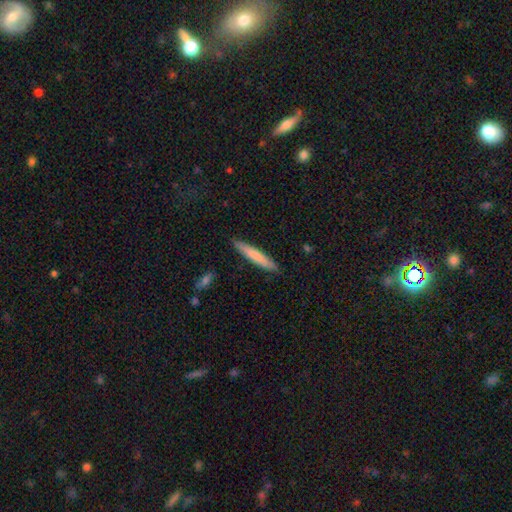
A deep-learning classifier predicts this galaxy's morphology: smooth_or_featured: smooth (p=0.74) [alt: featured or disk p=0.21]
how_rounded: cigar-shaped (p=0.94) [alt: in between p=0.05]
merging: none (p=0.89) [alt: minor disturbance p=0.08]